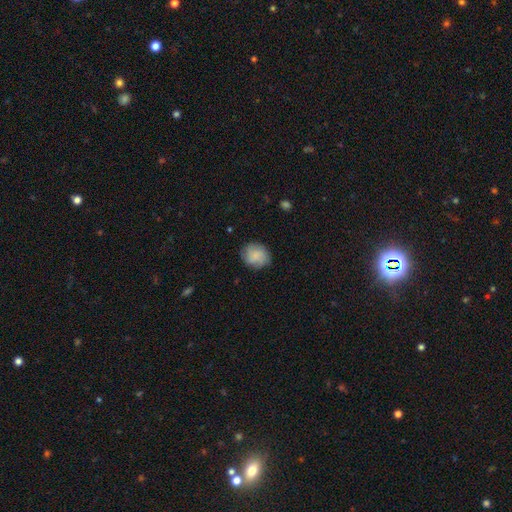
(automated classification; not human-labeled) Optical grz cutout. It shows a smooth galaxy with no disk features (78%) that is round (68%). Merging: none (80%).